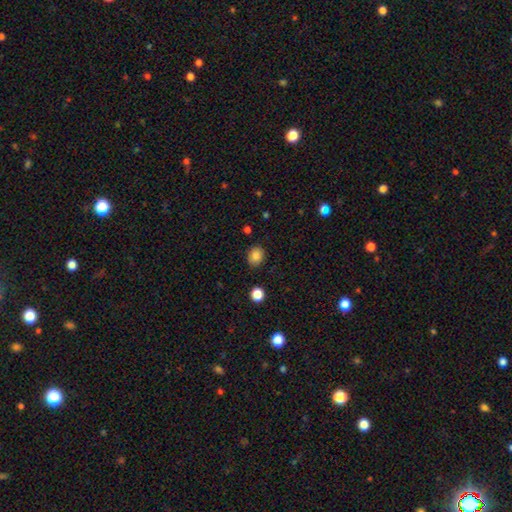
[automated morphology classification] The model was most divided on "how rounded": round: 54%, in between: 46%, cigar-shaped: 1%. More confident: merging — none (86%); smooth or featured — smooth (85%).